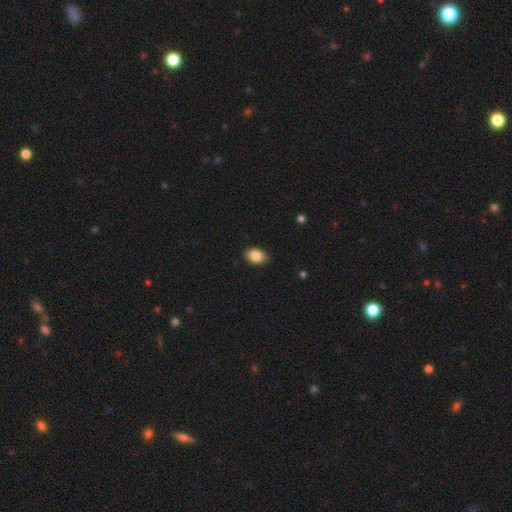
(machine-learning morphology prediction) Smooth or featured? smooth (86%)
How rounded? in between (82%)
Merging? none (88%)